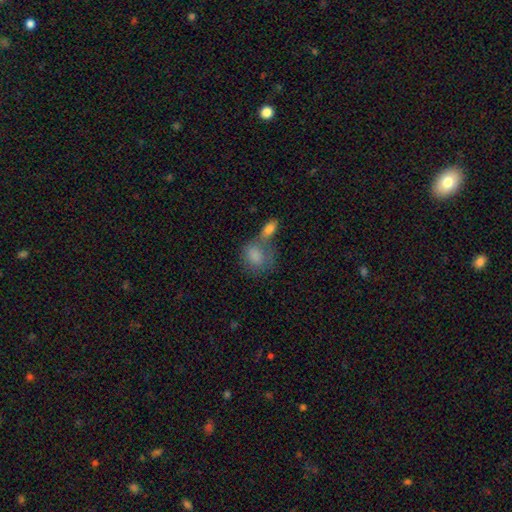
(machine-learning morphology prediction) smooth 82%, featured or disk 11%, star or artifact 8%. Down the decision tree: how rounded — in between (55%); merging — merger (46%).